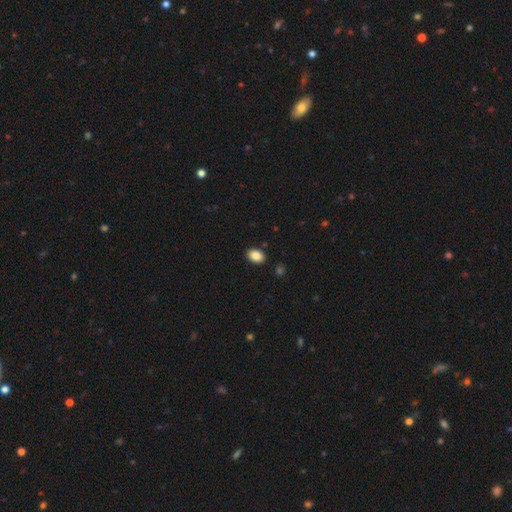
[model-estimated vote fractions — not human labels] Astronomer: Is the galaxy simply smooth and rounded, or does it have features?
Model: smooth — 86%.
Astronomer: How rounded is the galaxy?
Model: in between — 80%.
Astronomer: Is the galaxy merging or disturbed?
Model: none — 89%.